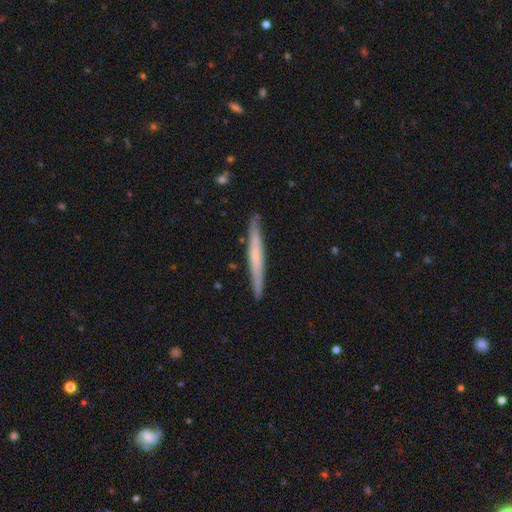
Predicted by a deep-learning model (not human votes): A featured or disk galaxy (48%).

Vote fractions:
- Smooth or featured? featured or disk: 48% / smooth: 46% / star or artifact: 6%
- Merging? none: 90% / minor disturbance: 8% / major disturbance: 1% / merger: 1%